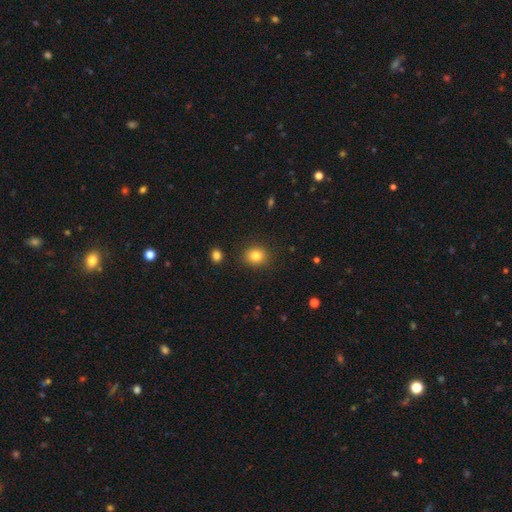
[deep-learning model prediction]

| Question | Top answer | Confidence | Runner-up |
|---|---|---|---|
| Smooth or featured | smooth | 83% | star or artifact (11%) |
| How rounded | round | 77% | in between (22%) |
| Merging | none | 89% | minor disturbance (7%) |